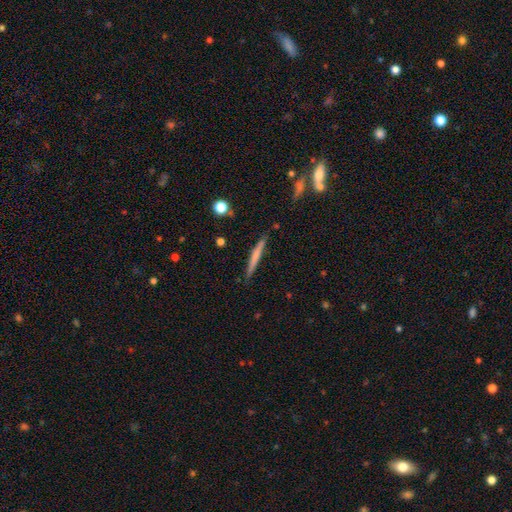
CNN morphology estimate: This is possibly a smooth galaxy (57%). How rounded: clearly cigar-shaped (96%). Merging: clearly none (87%).